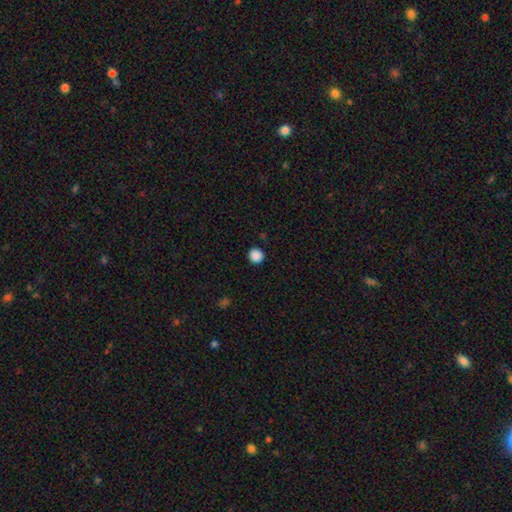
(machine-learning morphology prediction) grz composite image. It shows a smooth galaxy with no disk features (88%) that is round (93%). Merging: none (91%).